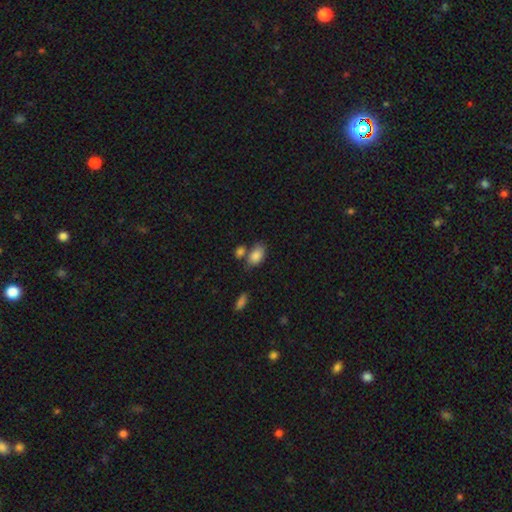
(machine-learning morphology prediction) type=smooth (85%); roundness=in between (90%); merging=none (53%).